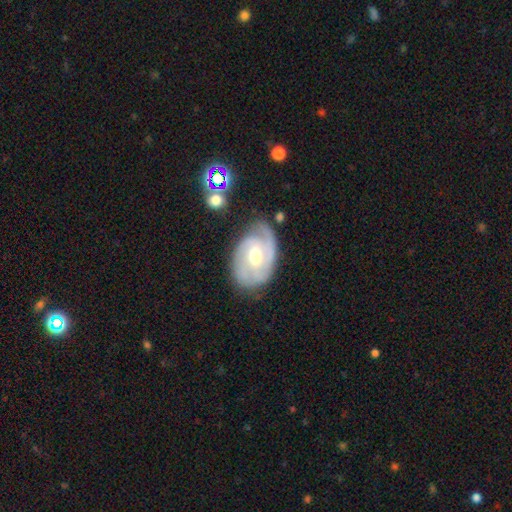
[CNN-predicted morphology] Smooth or featured? featured or disk (84%)
Edge-on disk? no (97%)
Bar? weak (46%)
Spiral arms? yes (94%)
Spiral winding? tight (55%)
Spiral arm count? 2 (45%)
Bulge size? moderate (72%)
Merging? none (66%)